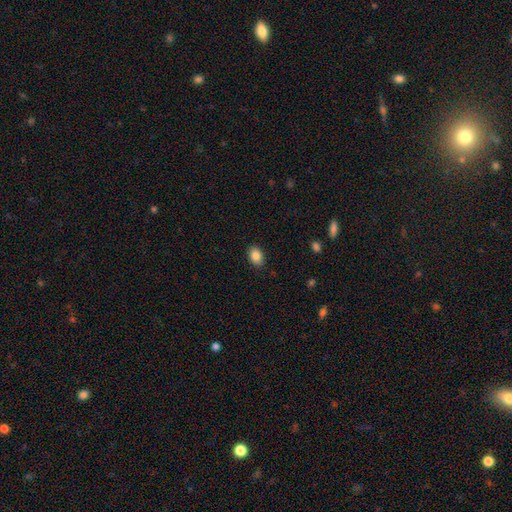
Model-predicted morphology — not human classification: Overall: smooth (87%). How rounded: in between (81%). Merging: none (87%).